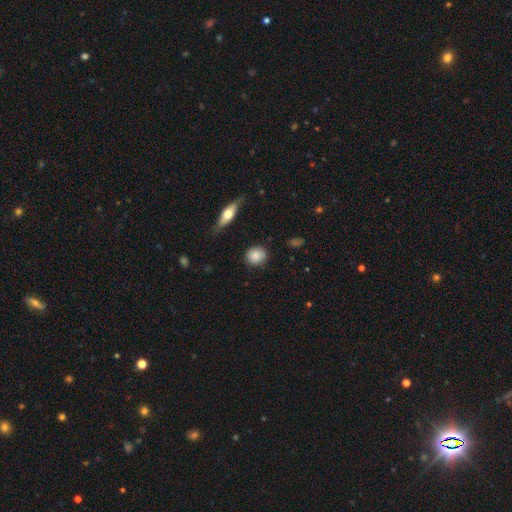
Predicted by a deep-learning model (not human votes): Smooth or featured?
  - smooth: 85% *
  - featured or disk: 8%
  - star or artifact: 7%
How rounded?
  - round: 79% *
  - in between: 19%
  - cigar-shaped: 2%
Merging?
  - none: 84% *
  - minor disturbance: 11%
  - major disturbance: 3%
  - merger: 2%